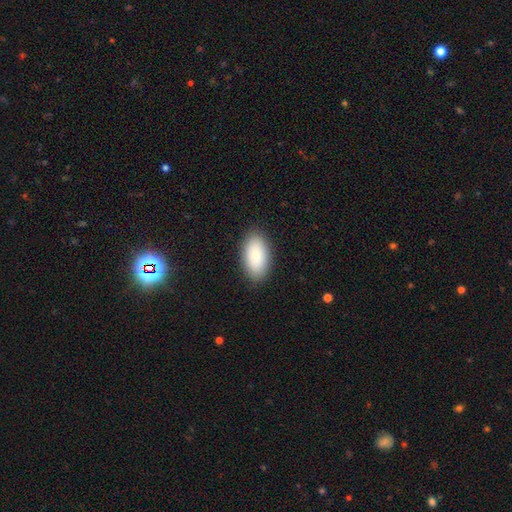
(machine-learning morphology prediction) This appears to be a smooth galaxy with no disk features (89%) that is in between round and cigar-shaped (95%). Merging: none (88%).